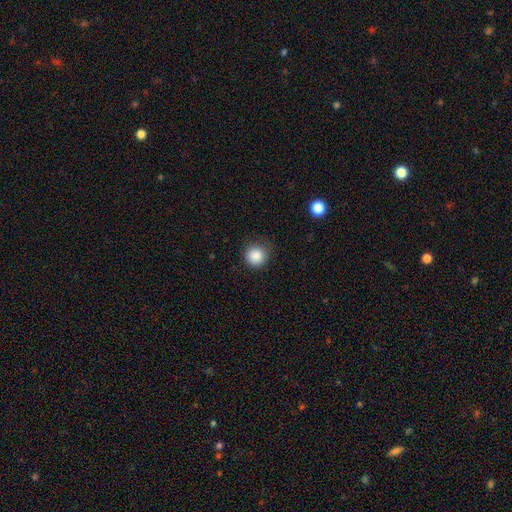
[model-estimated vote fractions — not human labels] This is clearly a smooth galaxy (87%). How rounded: clearly round (92%). Merging: clearly none (82%).